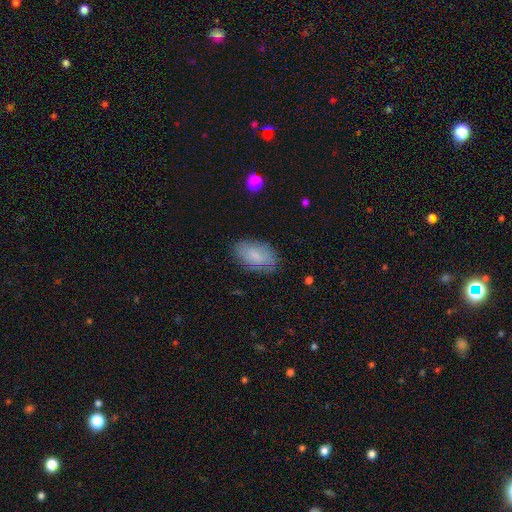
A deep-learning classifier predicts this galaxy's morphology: smooth_or_featured: smooth (p=0.71) [alt: featured or disk p=0.22]
how_rounded: in between (p=0.93) [alt: round p=0.05]
merging: none (p=0.73) [alt: minor disturbance p=0.20]